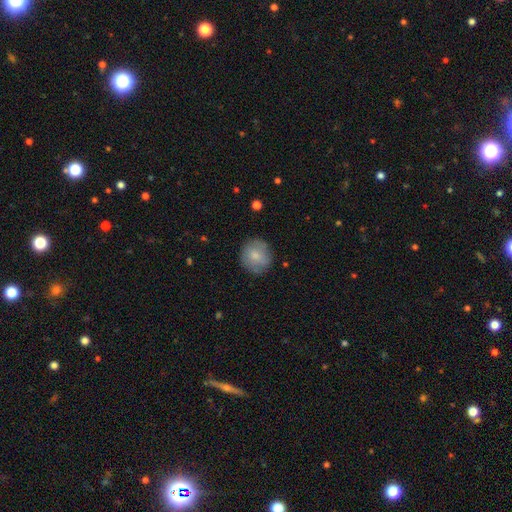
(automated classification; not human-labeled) This is likely a smooth galaxy (78%). How rounded: clearly round (88%). Merging: clearly none (80%).